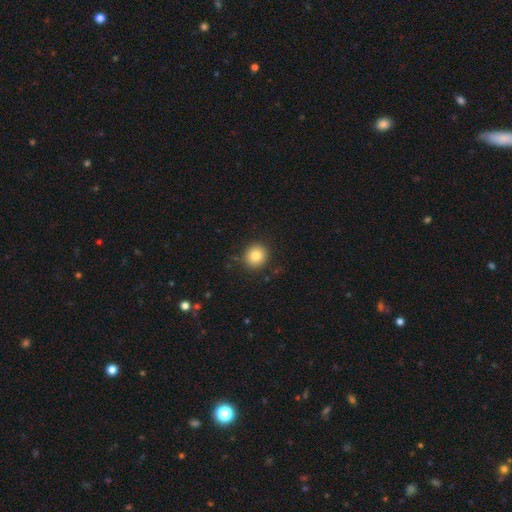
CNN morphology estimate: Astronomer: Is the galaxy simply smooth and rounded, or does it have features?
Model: smooth — 83%.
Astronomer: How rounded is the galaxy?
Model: round — 87%.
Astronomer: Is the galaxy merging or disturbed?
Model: none — 87%.